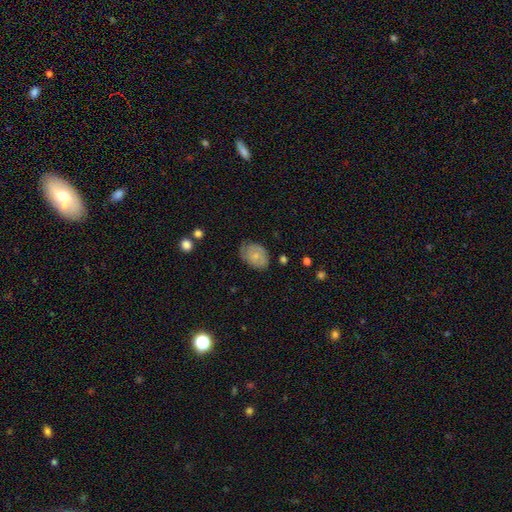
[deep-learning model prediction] smooth 64%, featured or disk 29%, star or artifact 7%. Down the decision tree: how rounded — in between (76%); merging — none (66%).